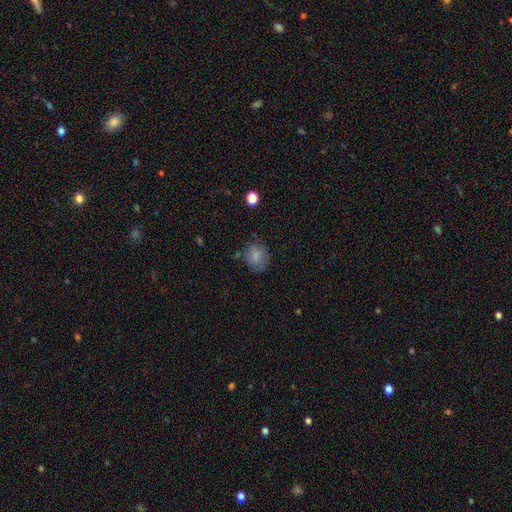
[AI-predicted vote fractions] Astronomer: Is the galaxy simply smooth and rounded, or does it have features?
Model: smooth — 79%.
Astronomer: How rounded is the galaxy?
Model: round — 63%.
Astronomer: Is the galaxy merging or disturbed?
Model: none — 67%.